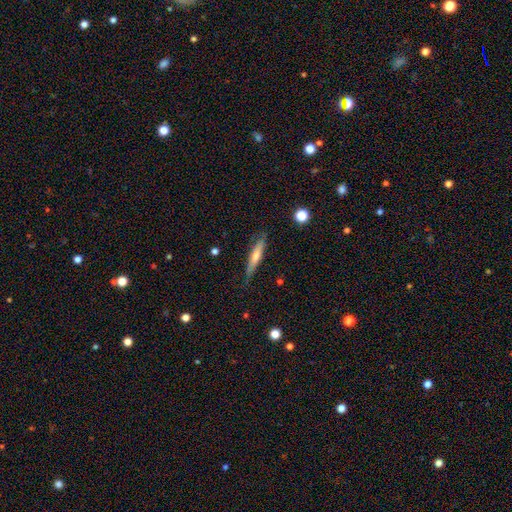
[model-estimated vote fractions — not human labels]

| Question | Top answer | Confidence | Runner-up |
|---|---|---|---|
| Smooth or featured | featured or disk | 53% | smooth (40%) |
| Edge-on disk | yes | 93% | no (7%) |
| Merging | none | 83% | minor disturbance (13%) |